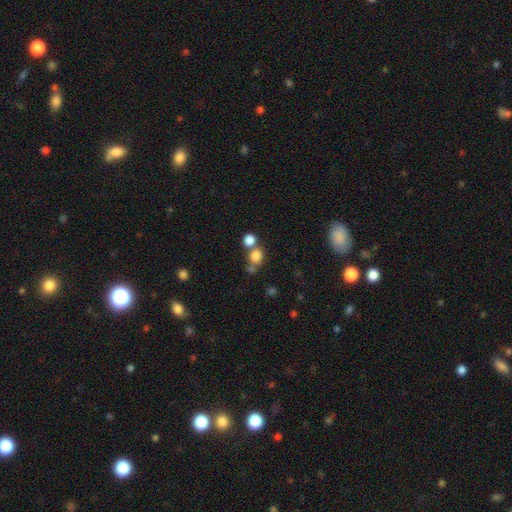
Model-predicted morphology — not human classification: type=smooth (81%); roundness=round (68%); merging=none (47%).